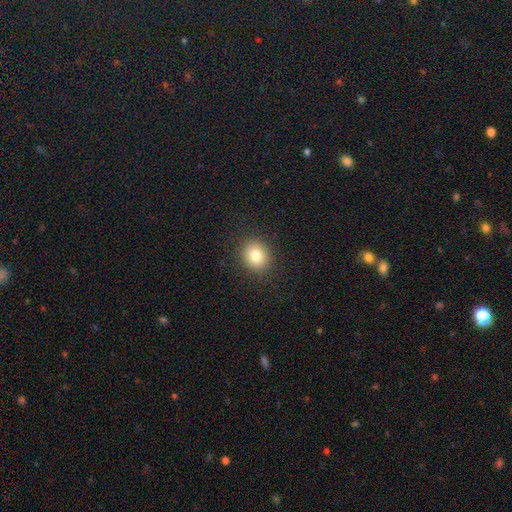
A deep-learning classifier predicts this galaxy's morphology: Smooth or featured? Predicted: smooth (p=0.82). How rounded? Predicted: round (p=0.71). Merging? Predicted: none (p=0.90).